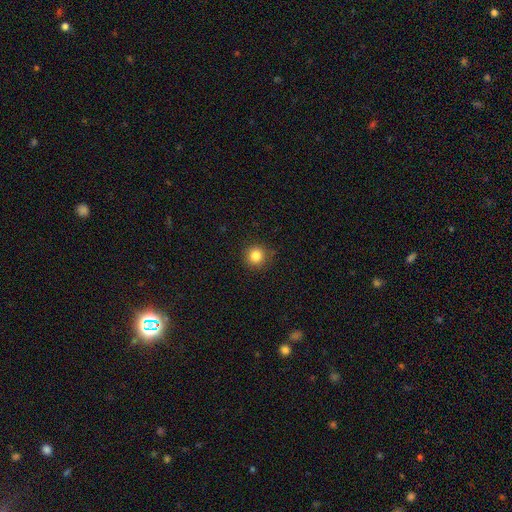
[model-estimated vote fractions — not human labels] This is clearly a smooth galaxy (83%). How rounded: clearly round (94%). Merging: clearly none (89%).